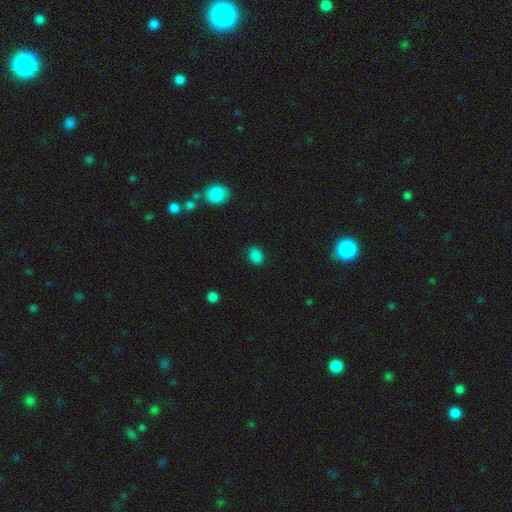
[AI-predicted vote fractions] A smooth galaxy with no disk features (84%) that is in between round and cigar-shaped (60%). Merging: none (87%).